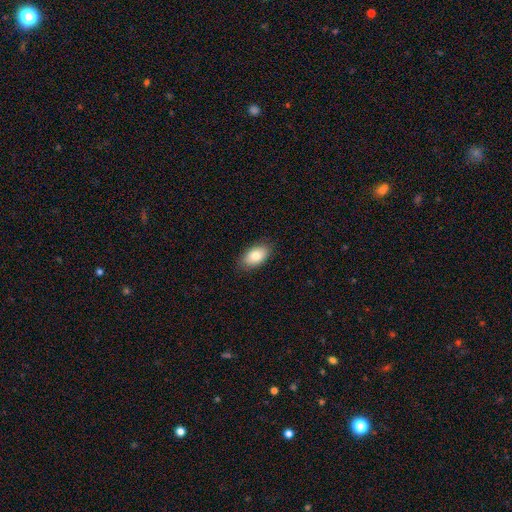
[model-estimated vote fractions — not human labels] smooth-or-featured: smooth: 82% | featured or disk: 11% | star or artifact: 7%
  how-rounded: in between: 93% | round: 5% | cigar-shaped: 2%
  merging: none: 87% | minor disturbance: 10% | major disturbance: 2% | merger: 1%